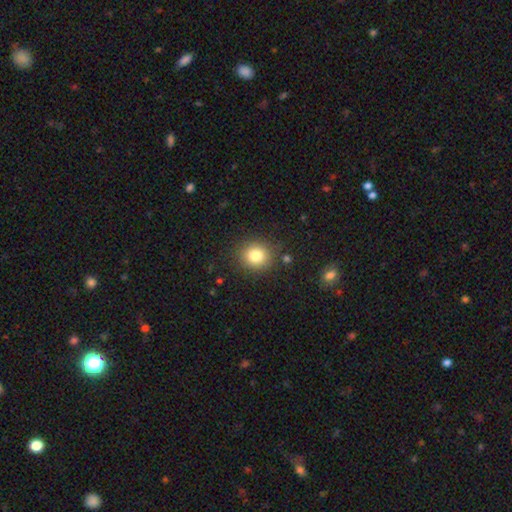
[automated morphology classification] Smooth or featured?
  - smooth: 81% *
  - star or artifact: 12%
  - featured or disk: 7%
How rounded?
  - round: 82% *
  - in between: 17%
  - cigar-shaped: 1%
Merging?
  - none: 86% *
  - minor disturbance: 9%
  - major disturbance: 3%
  - merger: 2%